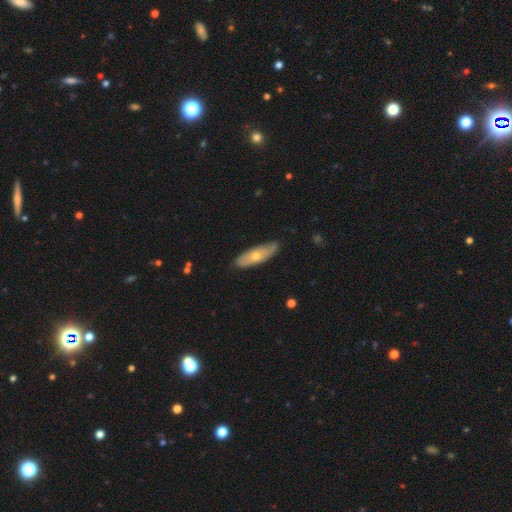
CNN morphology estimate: Smooth or featured?
  - smooth: 51% *
  - featured or disk: 43%
  - star or artifact: 6%
How rounded?
  - in between: 53% *
  - cigar-shaped: 45%
  - round: 2%
Merging?
  - none: 80% *
  - minor disturbance: 17%
  - major disturbance: 2%
  - merger: 1%